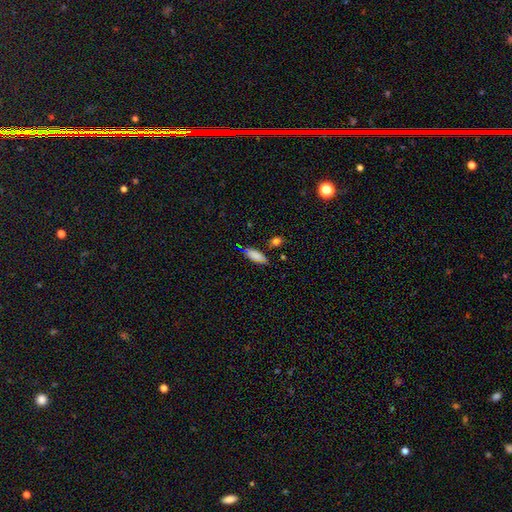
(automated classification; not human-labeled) Morphology: type=smooth (80%); roundness=in between (70%); merging=none (70%).